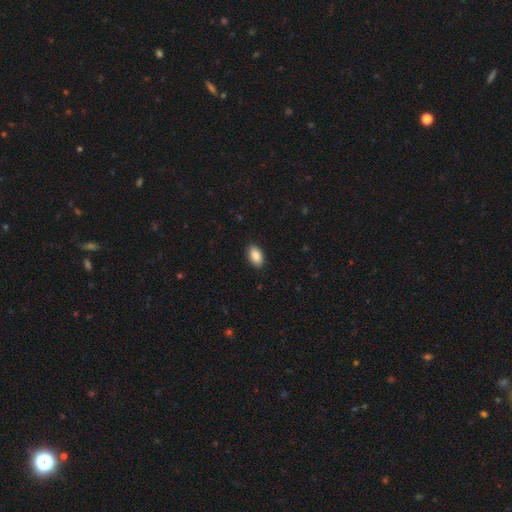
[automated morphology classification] smooth_or_featured: smooth (p=0.89) [alt: star or artifact p=0.07]
how_rounded: in between (p=0.93) [alt: round p=0.05]
merging: none (p=0.89) [alt: minor disturbance p=0.08]